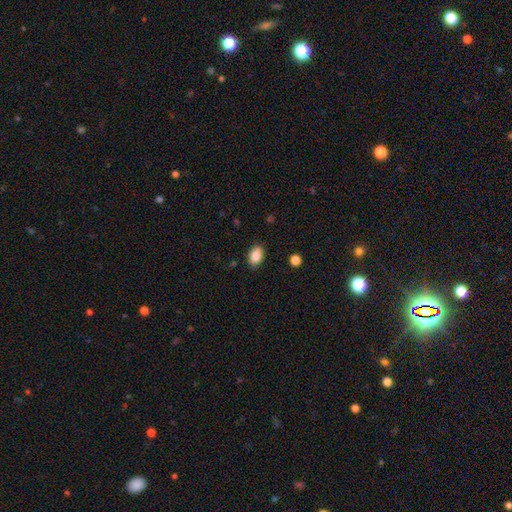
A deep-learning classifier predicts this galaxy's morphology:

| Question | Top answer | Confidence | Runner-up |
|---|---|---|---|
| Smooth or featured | smooth | 86% | star or artifact (8%) |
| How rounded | in between | 87% | round (11%) |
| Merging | none | 83% | minor disturbance (13%) |